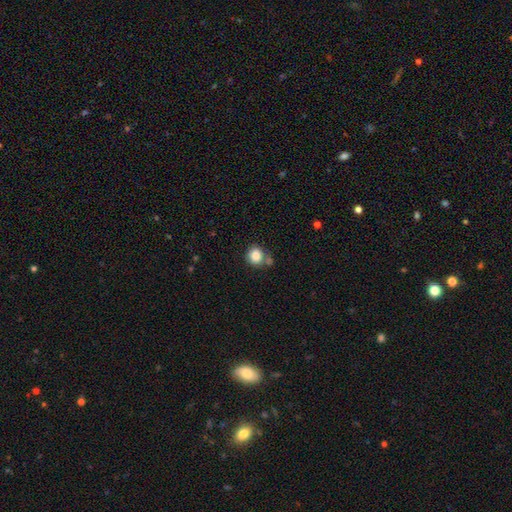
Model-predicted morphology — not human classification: This appears to be a smooth galaxy with no disk features (85%) that is round (85%). Merging: none (64%).